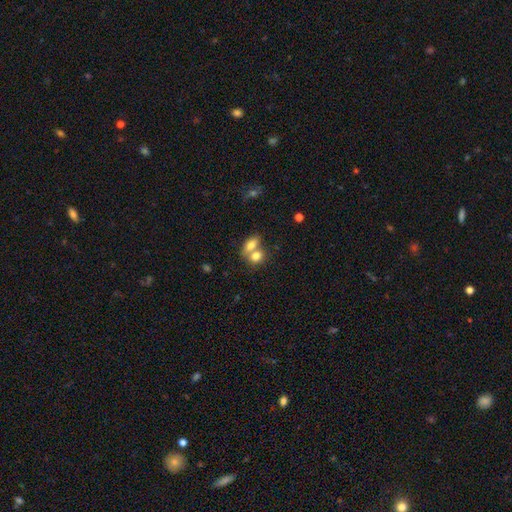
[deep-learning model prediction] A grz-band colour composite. It shows a smooth galaxy with no disk features (78%) that is in between round and cigar-shaped (70%). Merging: merger (63%).